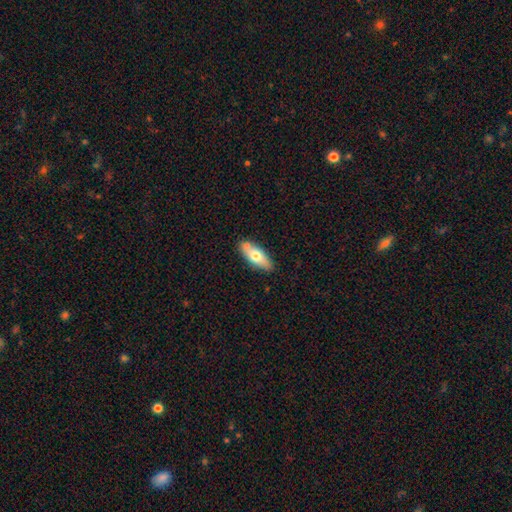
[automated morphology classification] Smooth or featured? smooth (67%)
How rounded? in between (77%)
Merging? none (77%)